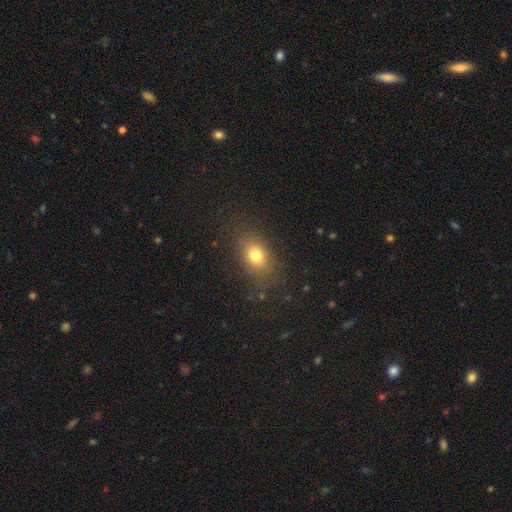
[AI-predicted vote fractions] A smooth galaxy with no disk features (77%) that is in between round and cigar-shaped (68%). Merging: none (79%).